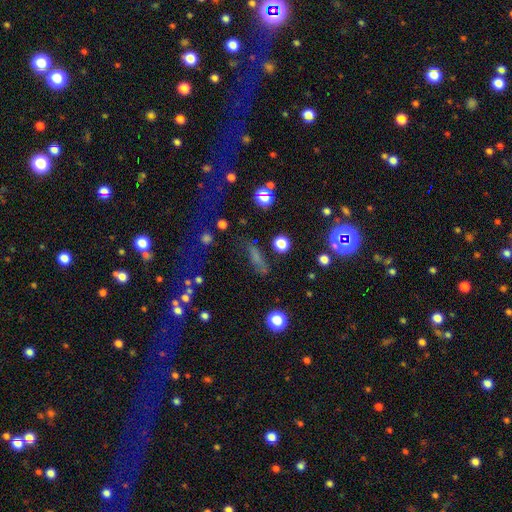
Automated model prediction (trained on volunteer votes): This is possibly a smooth galaxy (57%). How rounded: possibly cigar-shaped (52%). Merging: likely none (68%).